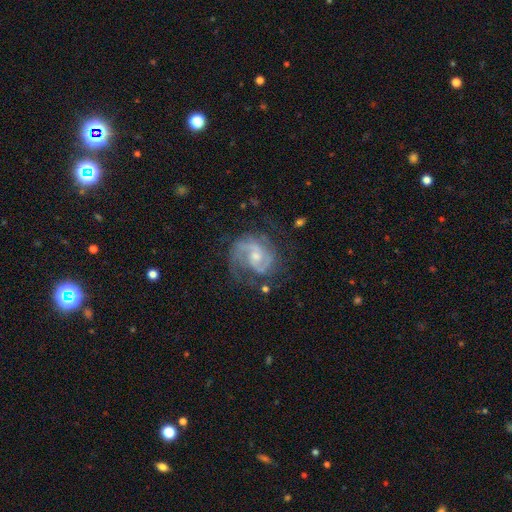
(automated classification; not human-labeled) Smooth or featured: featured or disk — 86% (smooth — 8%)
Edge-on disk: no — 98% (yes — 2%)
Bar: no — 49% (weak — 42%)
Spiral arms: yes — 96% (no — 4%)
Spiral winding: medium — 51% (tight — 32%)
Spiral arm count: 2 — 69% (can't tell — 11%)
Bulge size: small — 53% (moderate — 41%)
Merging: none — 63% (minor disturbance — 20%)